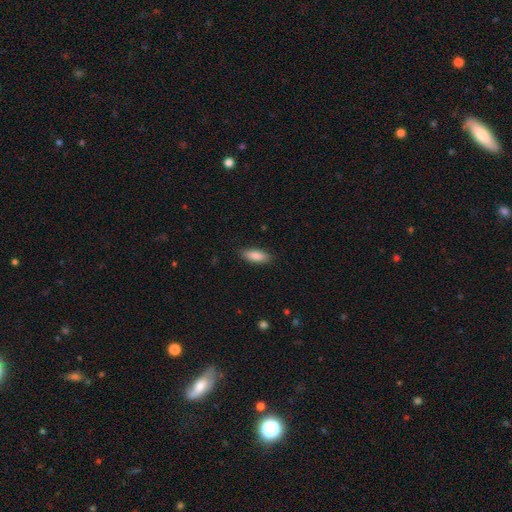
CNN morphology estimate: This appears to be a smooth galaxy with no disk features (87%) that is in between round and cigar-shaped (70%). Merging: none (88%).